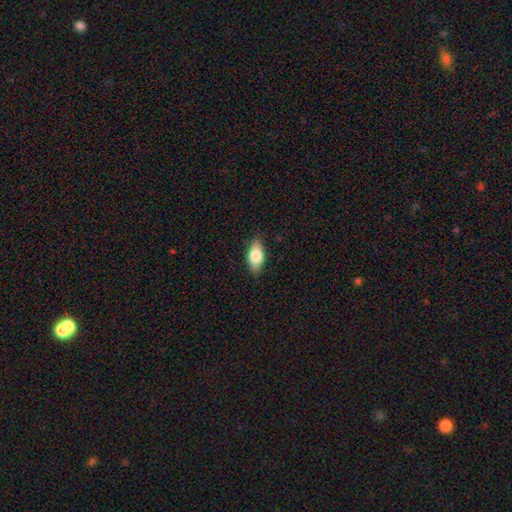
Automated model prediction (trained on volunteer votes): A smooth galaxy with no disk features (73%) that is in between round and cigar-shaped (86%).

Vote fractions:
- Smooth or featured? smooth: 73% / featured or disk: 20% / star or artifact: 7%
- How rounded? in between: 86% / cigar-shaped: 10% / round: 4%
- Merging? none: 84% / minor disturbance: 12% / major disturbance: 2% / merger: 1%